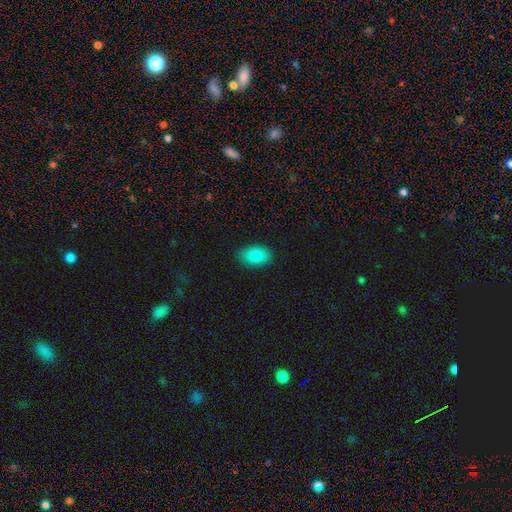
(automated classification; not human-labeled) Smooth or featured? Predicted: smooth (p=0.86). How rounded? Predicted: in between (p=0.91). Merging? Predicted: none (p=0.87).